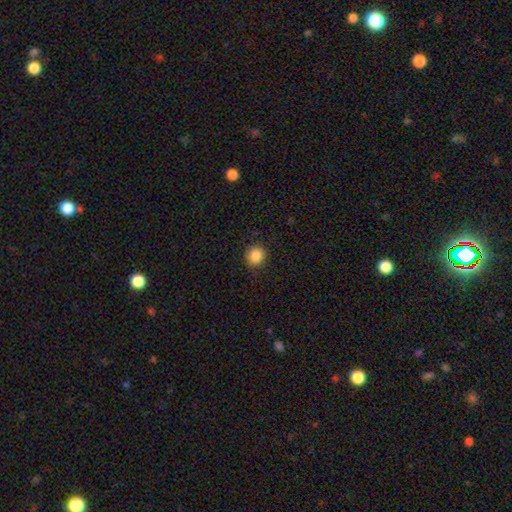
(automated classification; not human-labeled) Smooth or featured? smooth (87%)
How rounded? round (90%)
Merging? none (89%)